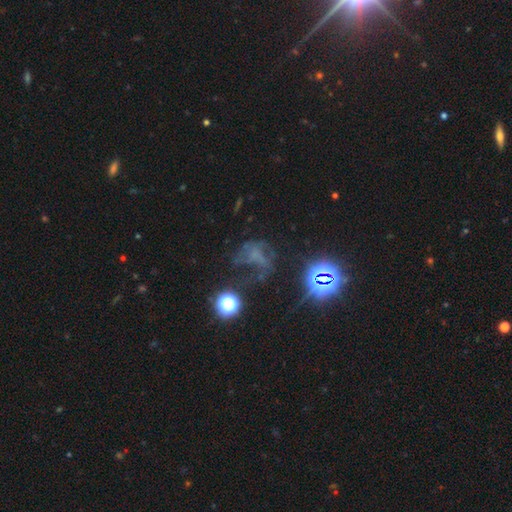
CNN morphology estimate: This is marginally a star or artifact rather than a galaxy (41%).